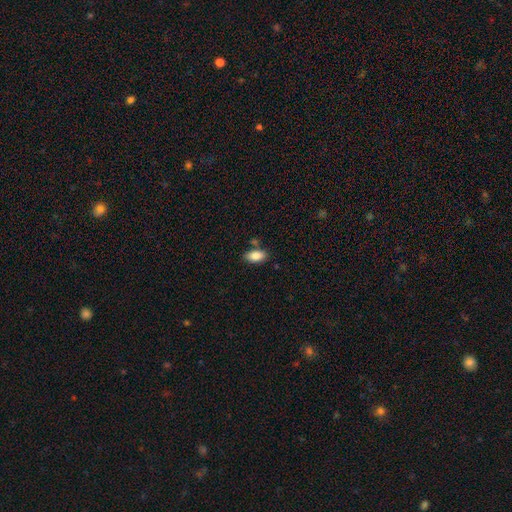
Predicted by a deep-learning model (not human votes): The model was most divided on "merging": none: 77%, minor disturbance: 12%, merger: 8%, major disturbance: 3%. More confident: how rounded — in between (92%); smooth or featured — smooth (86%).